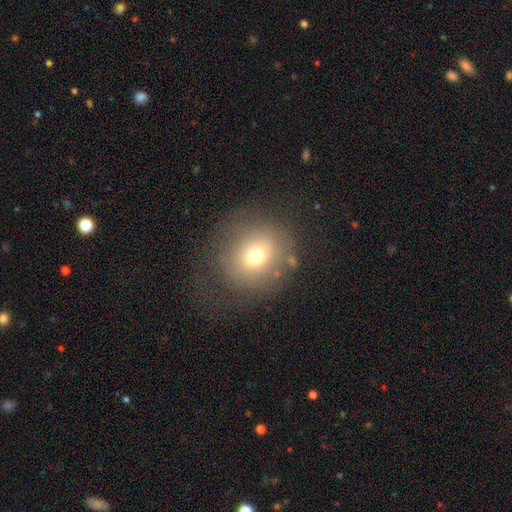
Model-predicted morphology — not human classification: Smooth or featured? Predicted: smooth (p=0.68). How rounded? Predicted: round (p=0.87). Merging? Predicted: none (p=0.70).